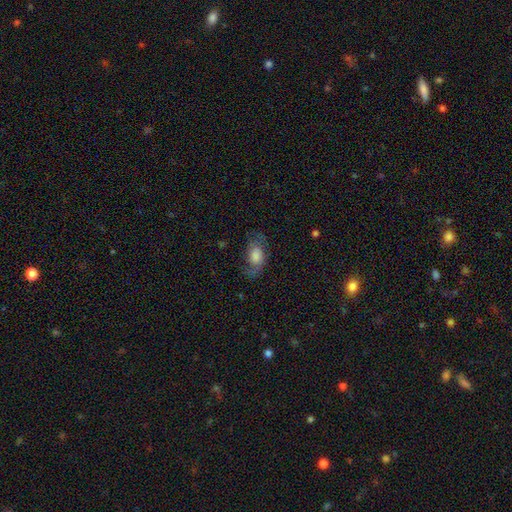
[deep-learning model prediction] A featured or disk galaxy (49%).

Vote fractions:
- Smooth or featured? featured or disk: 49% / smooth: 40% / star or artifact: 10%
- Merging? none: 63% / minor disturbance: 21% / major disturbance: 15% / merger: 1%